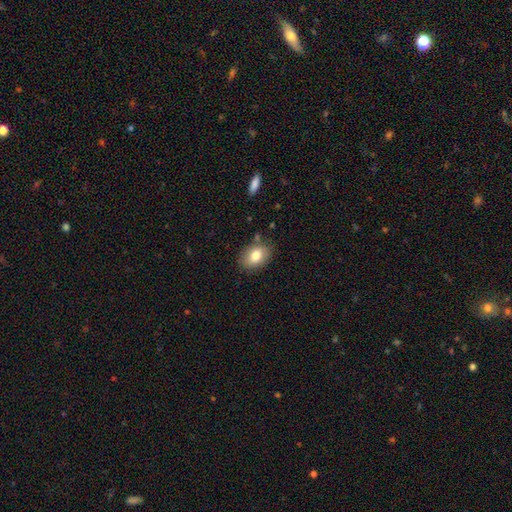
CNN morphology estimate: A smooth galaxy with no disk features (80%) that is in between round and cigar-shaped (80%). Merging: none (80%).